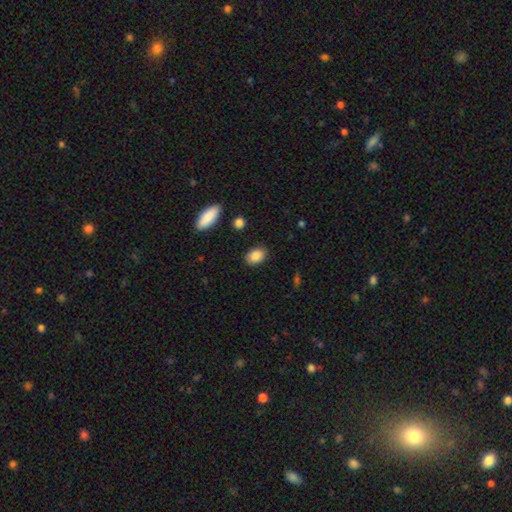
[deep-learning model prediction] smooth_or_featured: smooth (p=0.87) [alt: star or artifact p=0.08]
how_rounded: in between (p=0.83) [alt: round p=0.16]
merging: none (p=0.87) [alt: minor disturbance p=0.09]